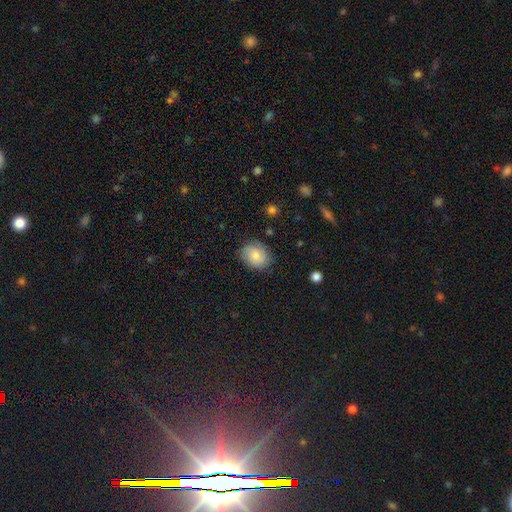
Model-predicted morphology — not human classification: Overall: smooth (68%). How rounded: in between (51%; round 48%). Merging: none (79%).